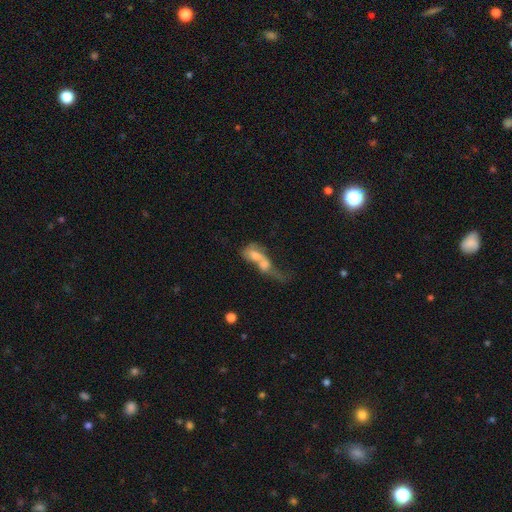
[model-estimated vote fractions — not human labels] Morphology: type=smooth (53%); roundness=in between (67%); merging=merger (76%).